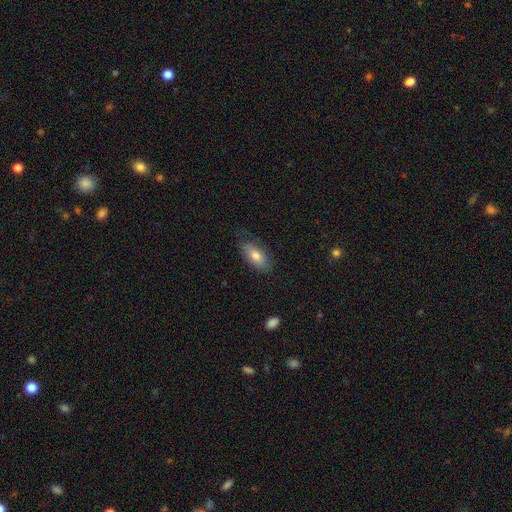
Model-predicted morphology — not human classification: Smooth or featured? Predicted: smooth (p=0.77). How rounded? Predicted: in between (p=0.86). Merging? Predicted: none (p=0.74).